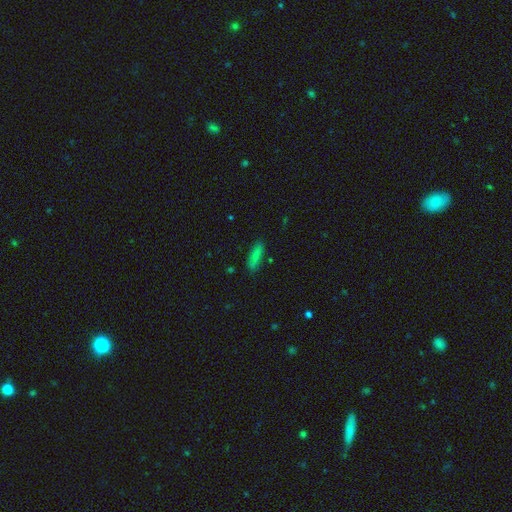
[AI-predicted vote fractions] Q: Smooth or featured?
A: smooth (81%); runner-up: featured or disk (10%)
Q: How rounded?
A: cigar-shaped (55%); runner-up: in between (42%)
Q: Merging?
A: none (83%); runner-up: minor disturbance (12%)